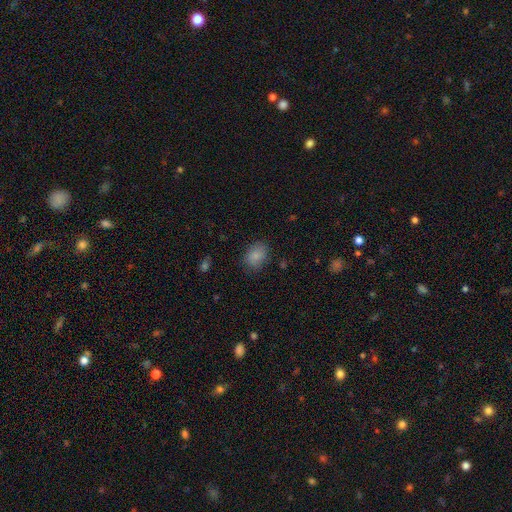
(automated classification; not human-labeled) Smooth or featured?
  - smooth: 85% *
  - star or artifact: 9%
  - featured or disk: 6%
How rounded?
  - in between: 65% *
  - round: 34%
  - cigar-shaped: 1%
Merging?
  - none: 79% *
  - minor disturbance: 15%
  - major disturbance: 4%
  - merger: 1%